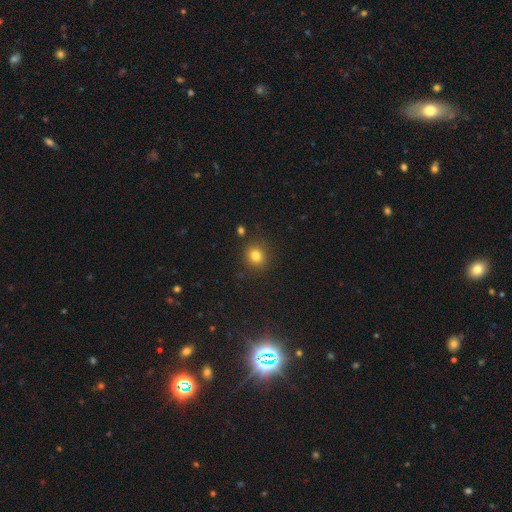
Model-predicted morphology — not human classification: Smooth or featured: smooth — 81% (star or artifact — 13%)
How rounded: round — 79% (in between — 20%)
Merging: none — 86% (minor disturbance — 9%)